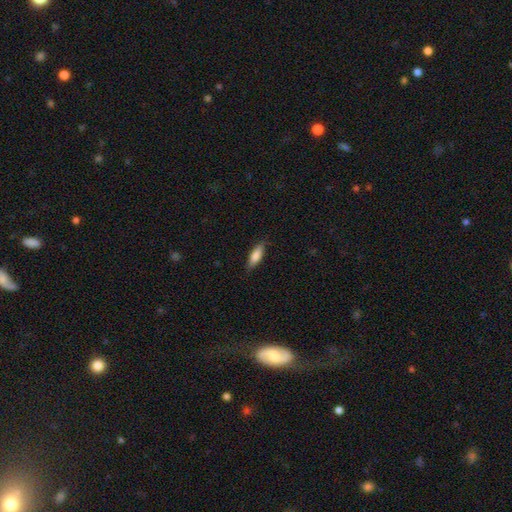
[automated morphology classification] This is likely a smooth galaxy (79%). How rounded: possibly in between (54%). Merging: clearly none (82%).